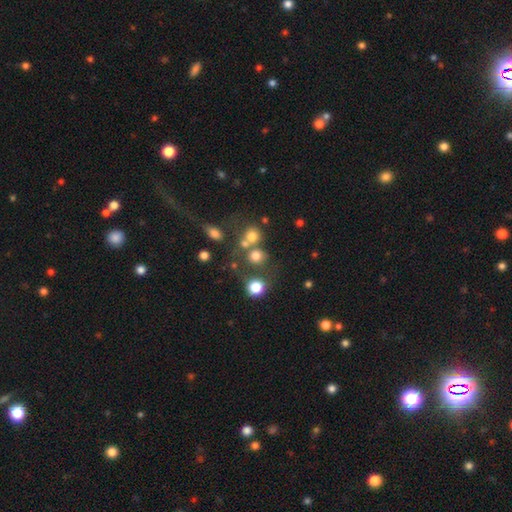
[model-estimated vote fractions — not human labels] smooth_or_featured: smooth (p=0.71) [alt: star or artifact p=0.17]
how_rounded: round (p=0.83) [alt: in between p=0.16]
merging: none (p=0.52) [alt: merger p=0.31]